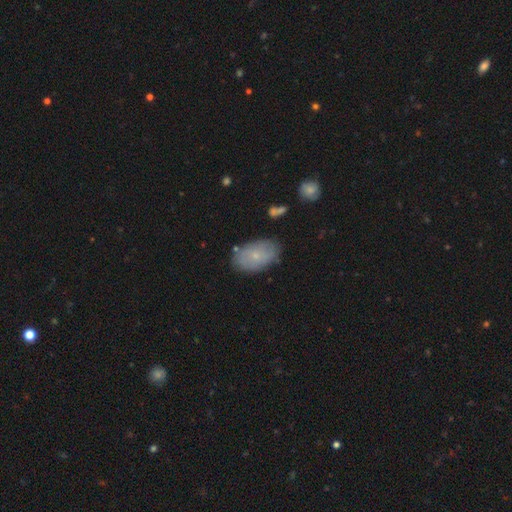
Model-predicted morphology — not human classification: type=smooth (69%); roundness=in between (92%); merging=none (79%).